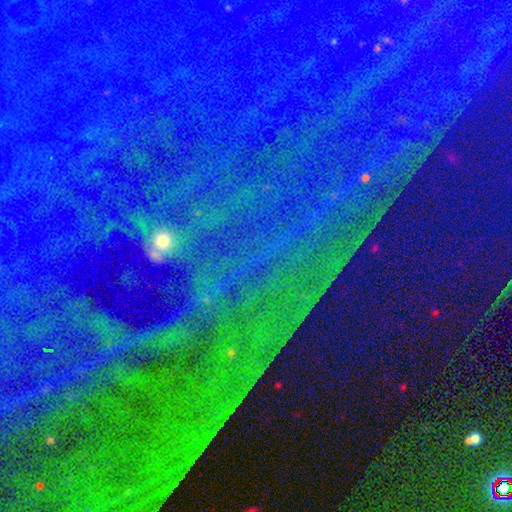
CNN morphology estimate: Smooth or featured?
  - star or artifact: 83% *
  - featured or disk: 9%
  - smooth: 8%